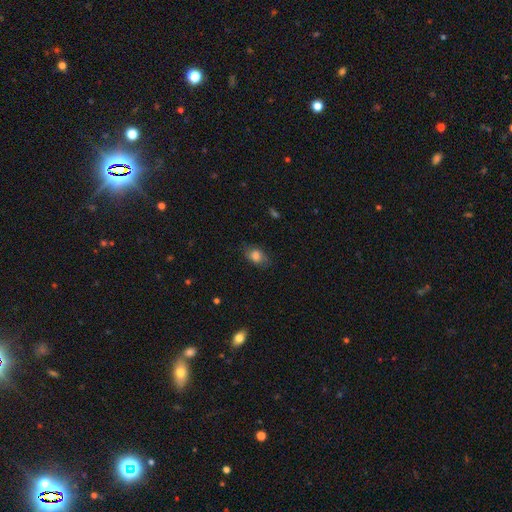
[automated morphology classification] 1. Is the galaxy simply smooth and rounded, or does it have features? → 78% smooth, 13% featured or disk, 10% star or artifact.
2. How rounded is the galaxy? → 78% in between, 20% round, 2% cigar-shaped.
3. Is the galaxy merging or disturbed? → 71% none, 21% minor disturbance, 7% major disturbance, 1% merger.